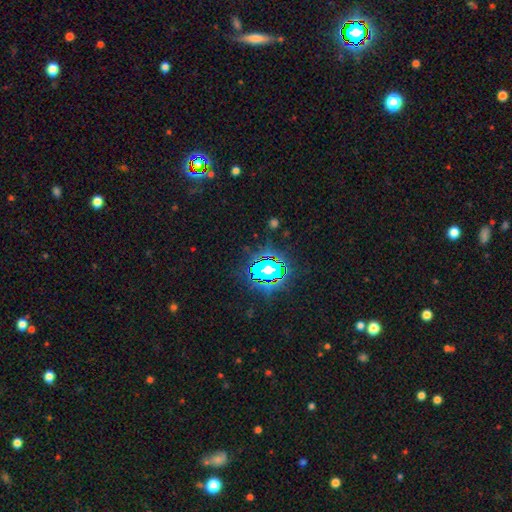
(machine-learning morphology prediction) Smooth or featured?
  - star or artifact: 80% *
  - smooth: 12%
  - featured or disk: 8%